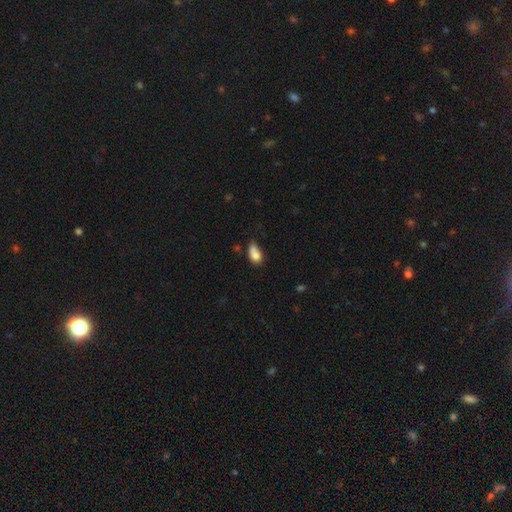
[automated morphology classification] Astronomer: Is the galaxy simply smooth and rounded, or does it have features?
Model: smooth — 77%.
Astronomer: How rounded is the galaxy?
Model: in between — 79%.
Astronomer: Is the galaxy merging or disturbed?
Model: none — 32% (runner-up: merger, 28%).